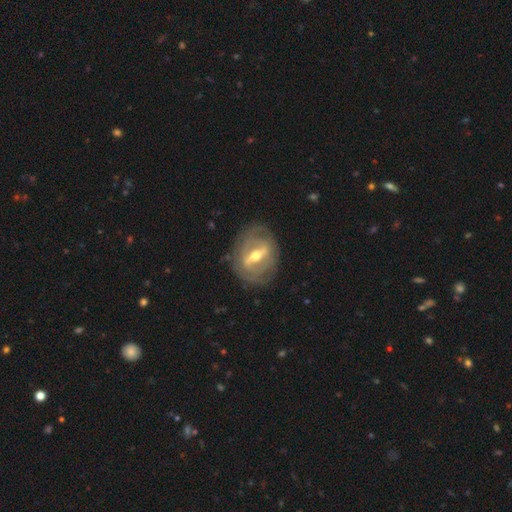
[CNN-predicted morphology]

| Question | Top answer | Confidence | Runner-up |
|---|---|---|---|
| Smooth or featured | featured or disk | 82% | smooth (13%) |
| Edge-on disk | no | 85% | yes (15%) |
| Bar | strong | 71% | weak (22%) |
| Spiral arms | yes | 57% | no (43%) |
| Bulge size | moderate | 70% | small (23%) |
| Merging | none | 77% | minor disturbance (15%) |